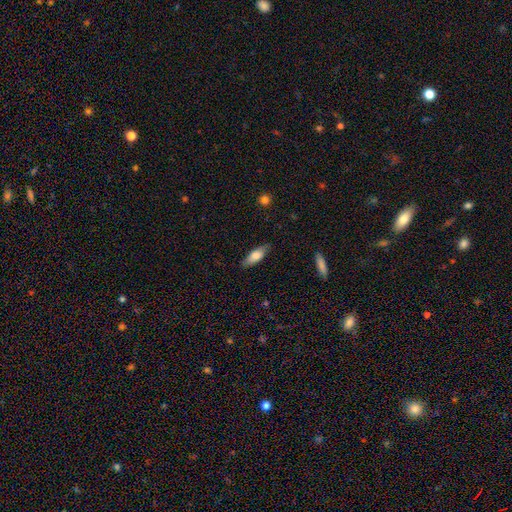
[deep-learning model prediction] Smooth or featured? smooth (72%)
How rounded? in between (63%)
Merging? none (81%)